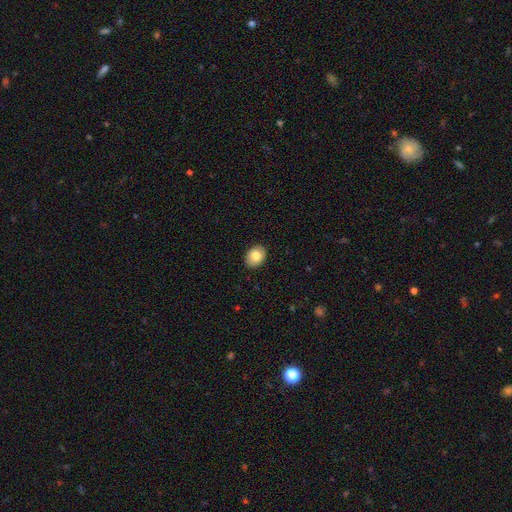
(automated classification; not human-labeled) Smooth or featured?
  - smooth: 81% *
  - featured or disk: 11%
  - star or artifact: 7%
How rounded?
  - in between: 66% *
  - round: 33%
  - cigar-shaped: 1%
Merging?
  - none: 90% *
  - minor disturbance: 7%
  - major disturbance: 2%
  - merger: 1%